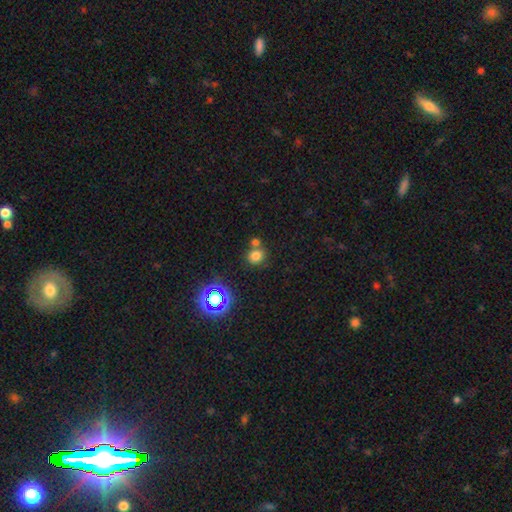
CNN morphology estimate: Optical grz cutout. It shows a smooth galaxy with no disk features (72%) that is round (80%). Merging: none (57%).